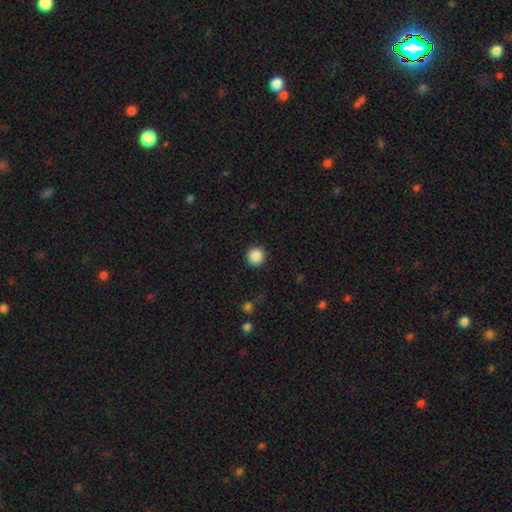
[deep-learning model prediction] A smooth galaxy with no disk features (88%) that is round (95%). Merging: none (92%).